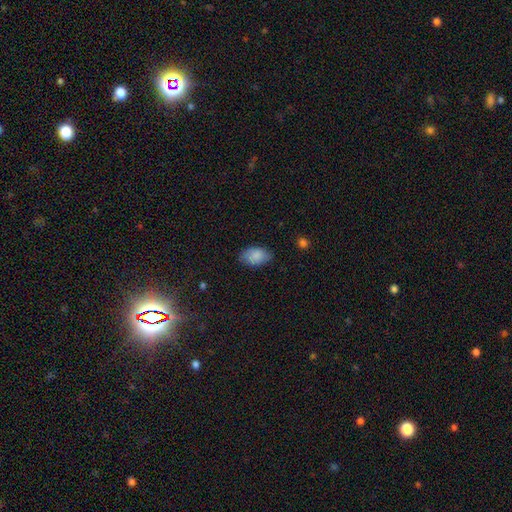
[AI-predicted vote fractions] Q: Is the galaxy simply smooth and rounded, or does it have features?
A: smooth — 84%.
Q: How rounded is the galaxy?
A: in between — 92%.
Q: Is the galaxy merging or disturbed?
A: none — 74%.